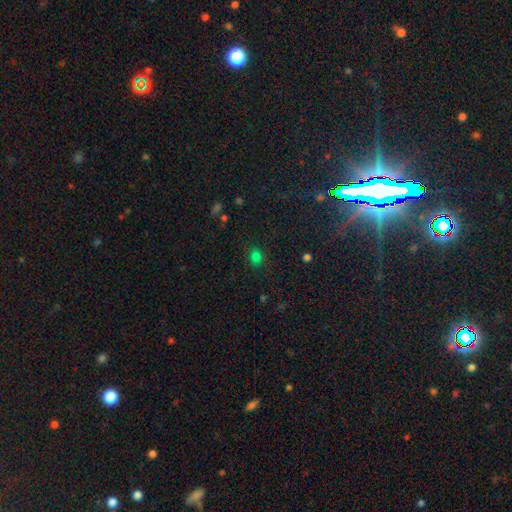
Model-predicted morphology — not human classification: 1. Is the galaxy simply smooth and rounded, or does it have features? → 74% smooth, 21% star or artifact, 5% featured or disk.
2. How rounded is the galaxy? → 59% round, 39% in between, 1% cigar-shaped.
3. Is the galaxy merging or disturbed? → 80% none, 13% minor disturbance, 5% major disturbance, 2% merger.